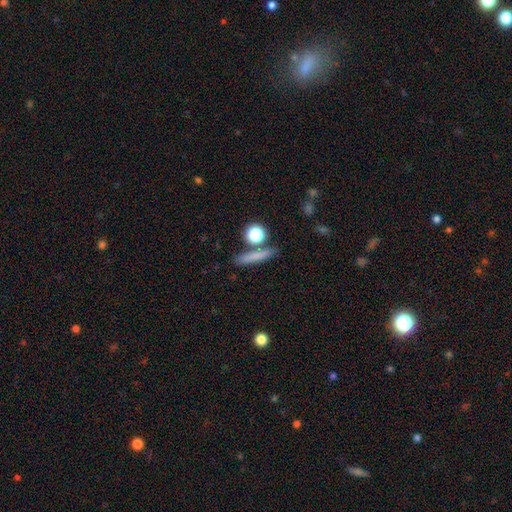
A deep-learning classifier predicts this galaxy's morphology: A smooth galaxy with no disk features (73%) that is cigar-shaped (77%).

Vote fractions:
- Smooth or featured? smooth: 73% / featured or disk: 17% / star or artifact: 9%
- How rounded? cigar-shaped: 77% / round: 12% / in between: 11%
- Merging? none: 78% / merger: 10% / minor disturbance: 9% / major disturbance: 3%